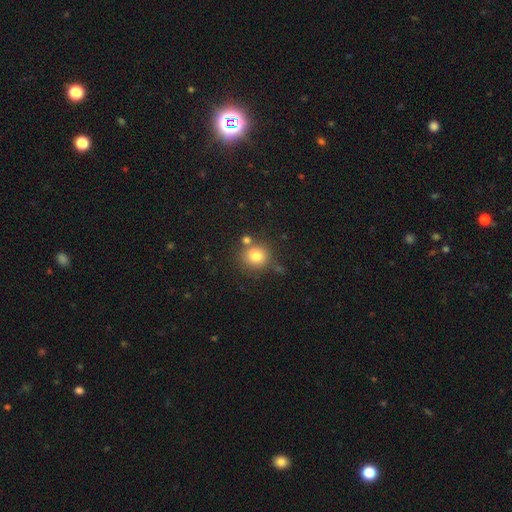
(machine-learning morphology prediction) Smooth or featured?
  - smooth: 78% *
  - star or artifact: 11%
  - featured or disk: 10%
How rounded?
  - round: 84% *
  - in between: 15%
  - cigar-shaped: 1%
Merging?
  - none: 66% *
  - merger: 18%
  - minor disturbance: 12%
  - major disturbance: 4%